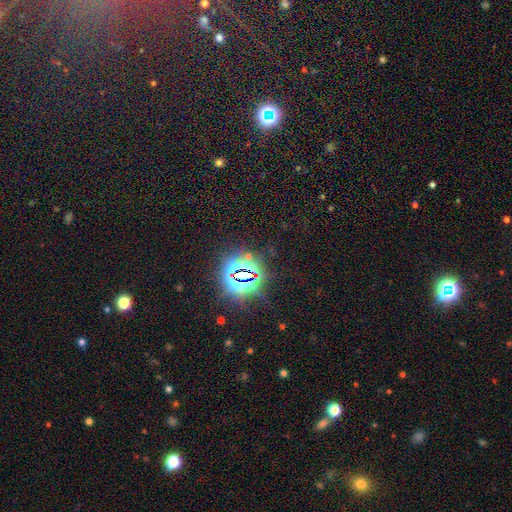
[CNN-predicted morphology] Smooth or featured?
  - star or artifact: 81% *
  - smooth: 11%
  - featured or disk: 8%